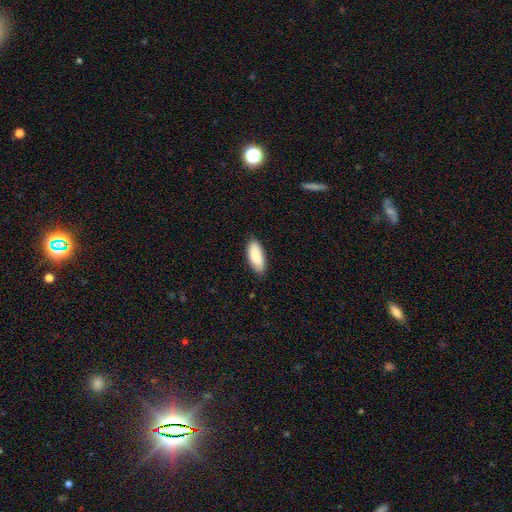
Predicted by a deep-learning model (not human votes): Smooth or featured? Predicted: smooth (p=0.89). How rounded? Predicted: in between (p=0.81). Merging? Predicted: none (p=0.85).